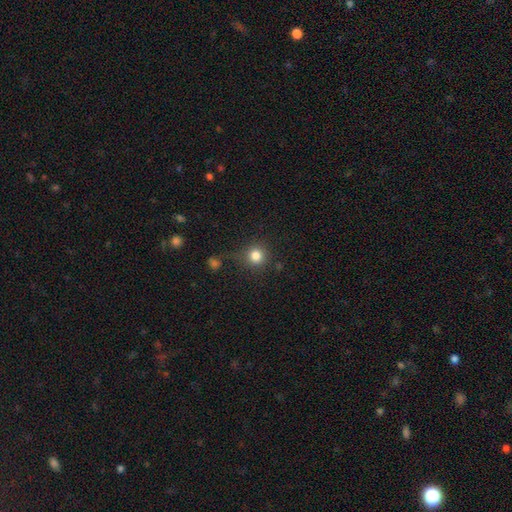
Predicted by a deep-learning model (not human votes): This appears to be a smooth galaxy with no disk features (83%) that is round (93%). Merging: none (80%).